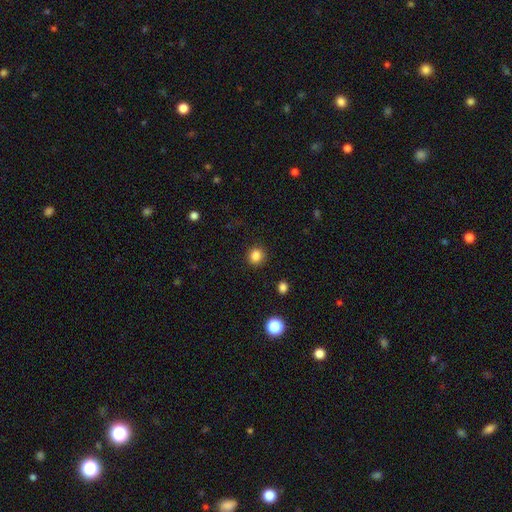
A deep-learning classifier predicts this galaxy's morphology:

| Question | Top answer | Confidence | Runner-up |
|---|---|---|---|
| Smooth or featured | smooth | 85% | star or artifact (11%) |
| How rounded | round | 88% | in between (11%) |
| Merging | none | 89% | minor disturbance (7%) |